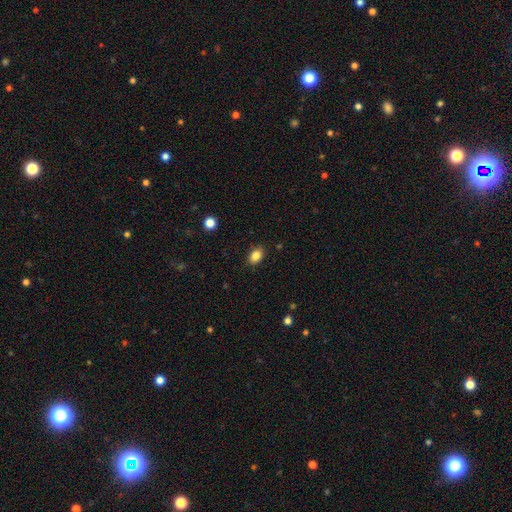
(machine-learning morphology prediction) Smooth or featured? smooth (86%)
How rounded? in between (78%)
Merging? none (88%)